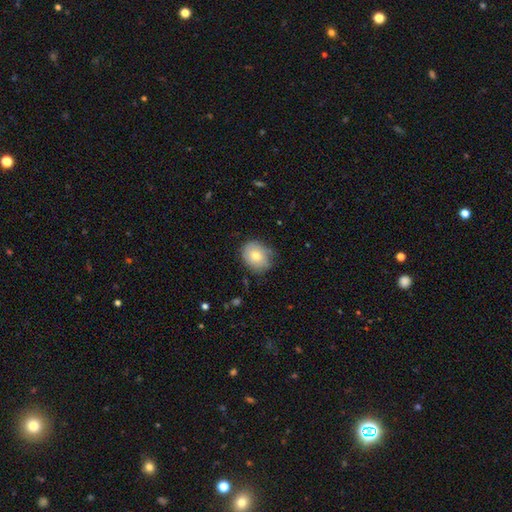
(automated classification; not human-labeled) smooth 70%, featured or disk 21%, star or artifact 8%. Down the decision tree: how rounded — round (59%); merging — none (70%).